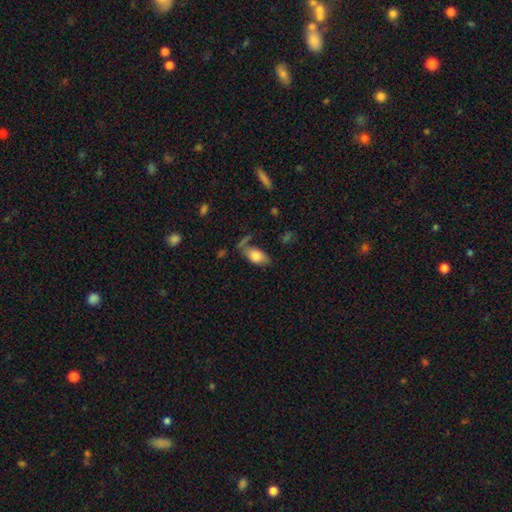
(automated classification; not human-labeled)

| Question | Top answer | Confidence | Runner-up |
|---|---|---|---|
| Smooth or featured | smooth | 76% | featured or disk (17%) |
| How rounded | in between | 91% | round (6%) |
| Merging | none | 47% | minor disturbance (23%) |